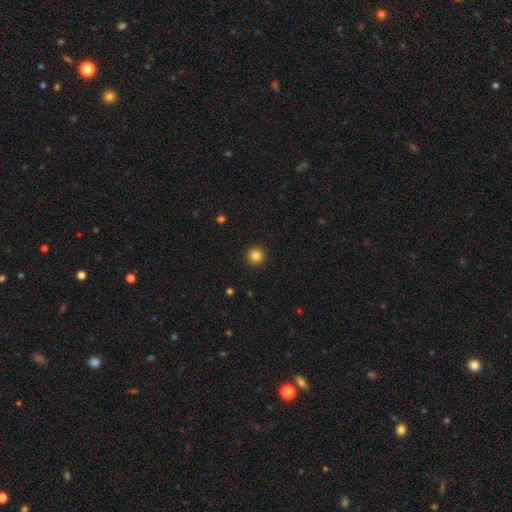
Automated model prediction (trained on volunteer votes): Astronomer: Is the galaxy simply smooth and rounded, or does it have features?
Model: smooth — 84%.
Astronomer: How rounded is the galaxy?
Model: round — 96%.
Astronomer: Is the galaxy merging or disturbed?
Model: none — 93%.